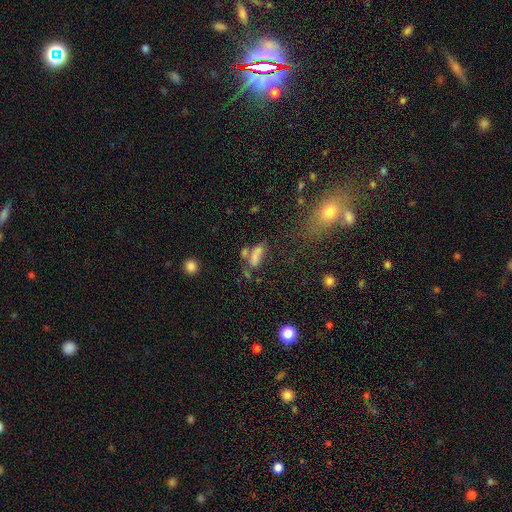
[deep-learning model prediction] Smooth or featured: smooth — 65% (featured or disk — 19%)
How rounded: in between — 73% (cigar-shaped — 21%)
Merging: merger — 39% (none — 29%)